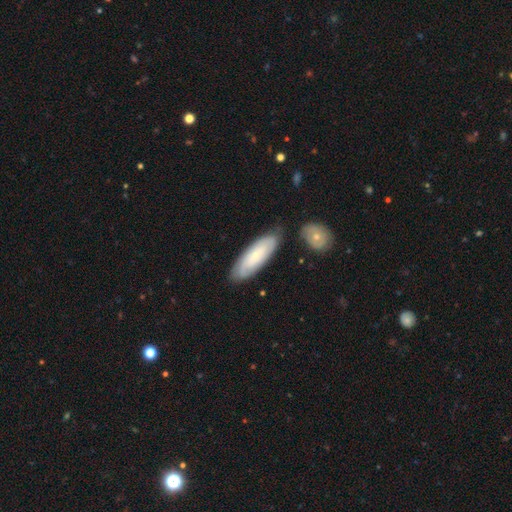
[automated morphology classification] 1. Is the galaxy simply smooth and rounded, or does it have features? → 58% smooth, 35% featured or disk, 6% star or artifact.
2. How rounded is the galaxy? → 58% in between, 40% cigar-shaped, 2% round.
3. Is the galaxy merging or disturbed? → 74% none, 15% minor disturbance, 7% merger, 3% major disturbance.